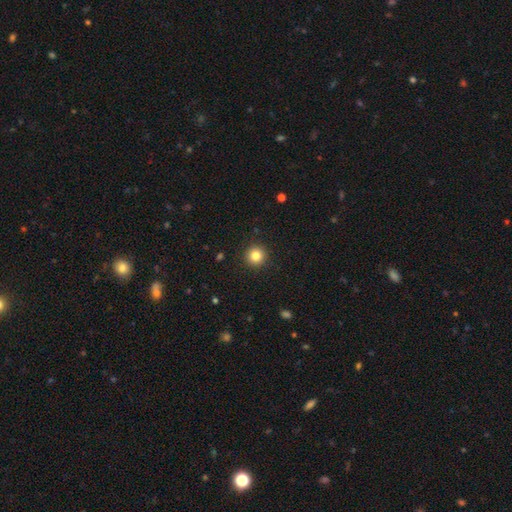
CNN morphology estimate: type=smooth (83%); roundness=round (95%); merging=none (92%).